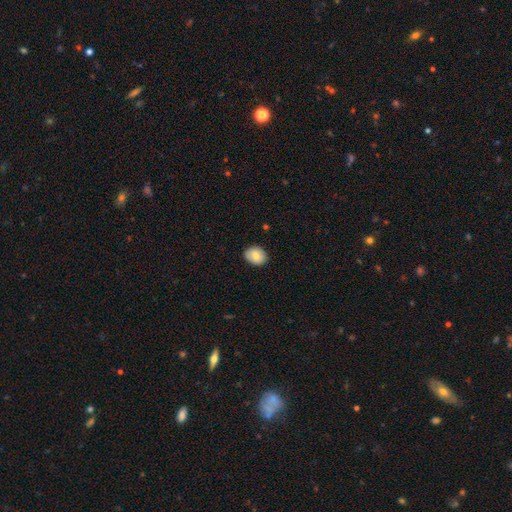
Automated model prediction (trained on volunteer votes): Smooth or featured?
  - smooth: 81% *
  - featured or disk: 12%
  - star or artifact: 7%
How rounded?
  - in between: 58% *
  - round: 41%
  - cigar-shaped: 1%
Merging?
  - none: 87% *
  - minor disturbance: 10%
  - major disturbance: 2%
  - merger: 1%